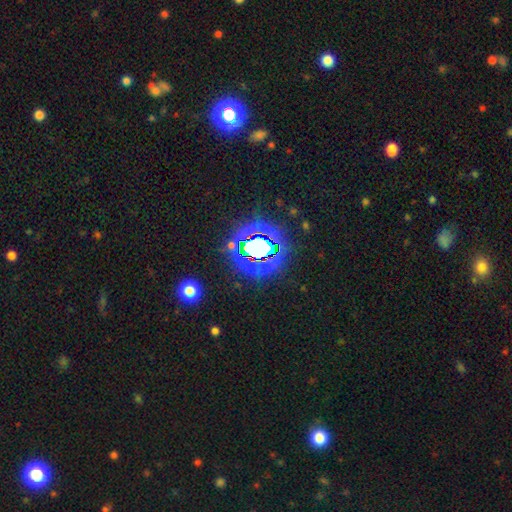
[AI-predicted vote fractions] Q: Smooth or featured?
A: star or artifact (75%); runner-up: smooth (14%)